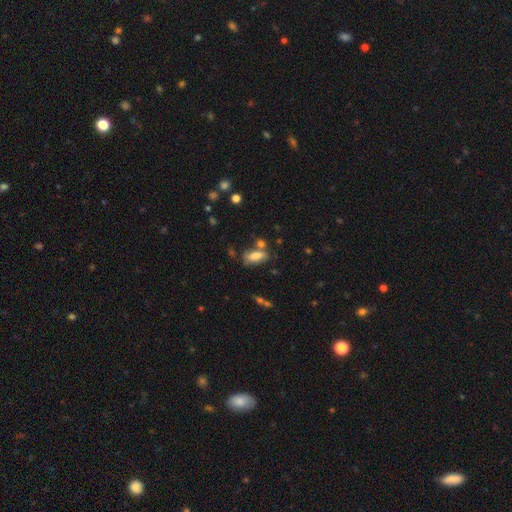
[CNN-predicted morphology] Overall: smooth (76%). How rounded: in between (78%). Merging: none (61%).